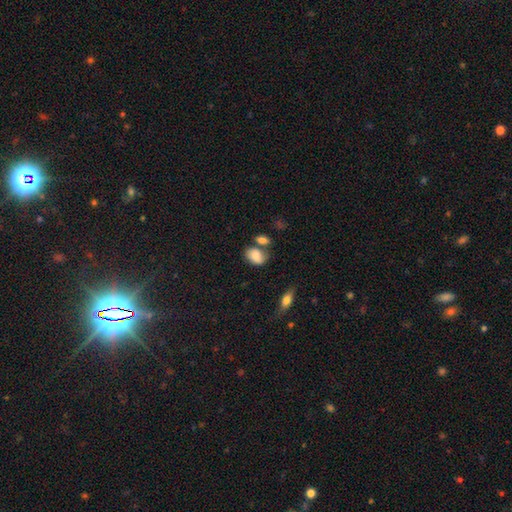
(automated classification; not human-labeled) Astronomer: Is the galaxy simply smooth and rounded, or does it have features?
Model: smooth — 79%.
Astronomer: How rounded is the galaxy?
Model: in between — 81%.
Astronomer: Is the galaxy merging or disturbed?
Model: none — 48% (runner-up: merger, 26%).